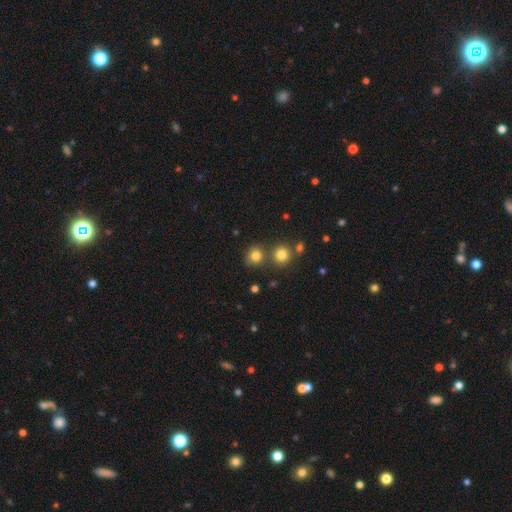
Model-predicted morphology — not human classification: Smooth or featured? smooth (79%)
How rounded? round (84%)
Merging? none (68%)